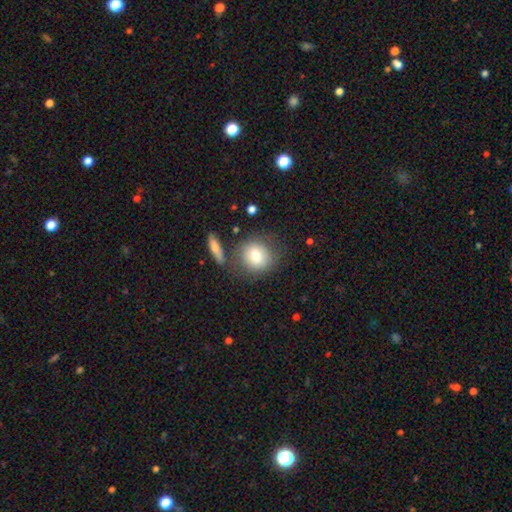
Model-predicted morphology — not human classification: smooth-or-featured: smooth: 80% | featured or disk: 12% | star or artifact: 8%
  how-rounded: round: 76% | in between: 22% | cigar-shaped: 2%
  merging: none: 67% | minor disturbance: 15% | merger: 11% | major disturbance: 7%